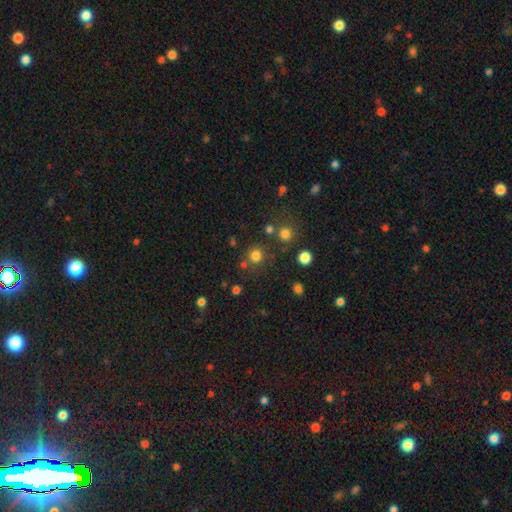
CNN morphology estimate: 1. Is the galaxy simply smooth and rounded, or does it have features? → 78% smooth, 17% star or artifact, 5% featured or disk.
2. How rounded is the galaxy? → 92% round, 7% in between, 1% cigar-shaped.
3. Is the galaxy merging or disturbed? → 78% none, 10% merger, 8% minor disturbance, 4% major disturbance.